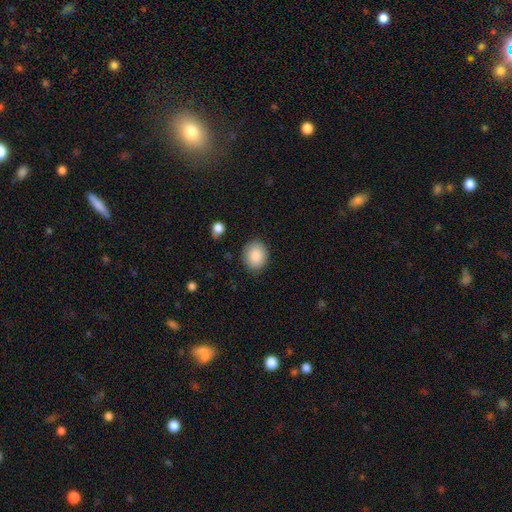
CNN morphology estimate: smooth-or-featured: smooth: 87% | star or artifact: 8% | featured or disk: 6%
  how-rounded: round: 63% | in between: 36% | cigar-shaped: 1%
  merging: none: 86% | minor disturbance: 10% | major disturbance: 3% | merger: 1%